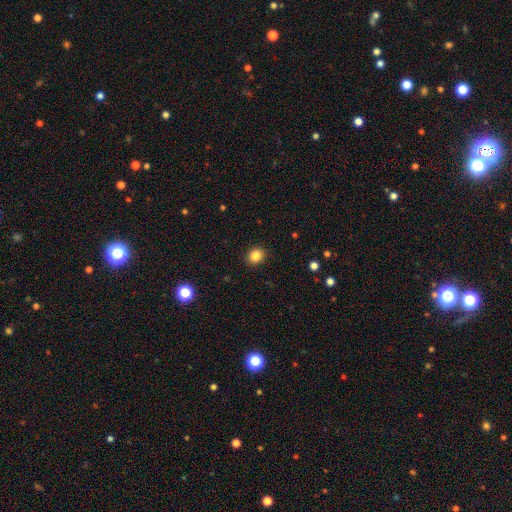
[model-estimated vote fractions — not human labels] This is clearly a smooth galaxy (85%). How rounded: likely round (70%). Merging: clearly none (90%).